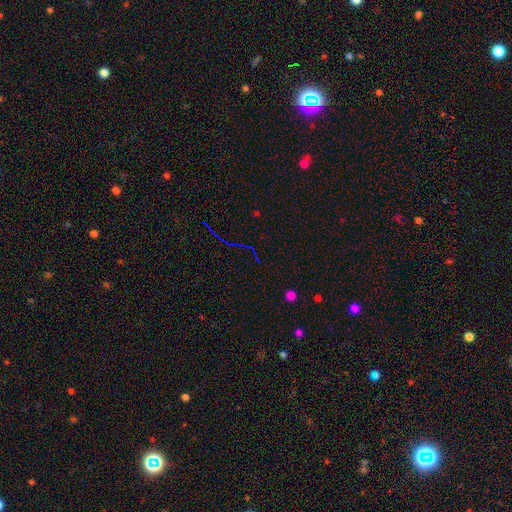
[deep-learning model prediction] Q: Smooth or featured?
A: star or artifact (75%); runner-up: smooth (14%)